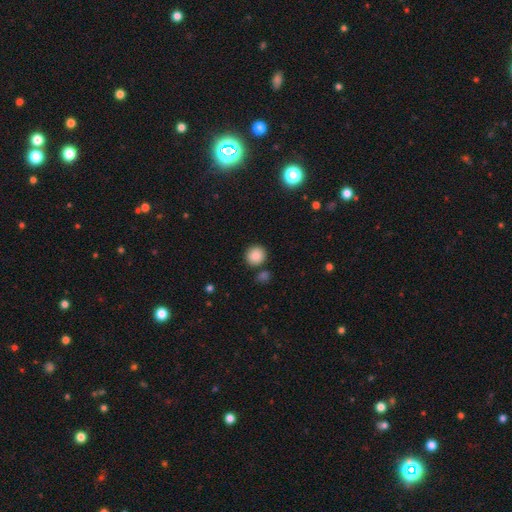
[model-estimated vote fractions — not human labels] Smooth or featured: smooth — 88% (star or artifact — 9%)
How rounded: round — 89% (in between — 10%)
Merging: none — 81% (minor disturbance — 9%)